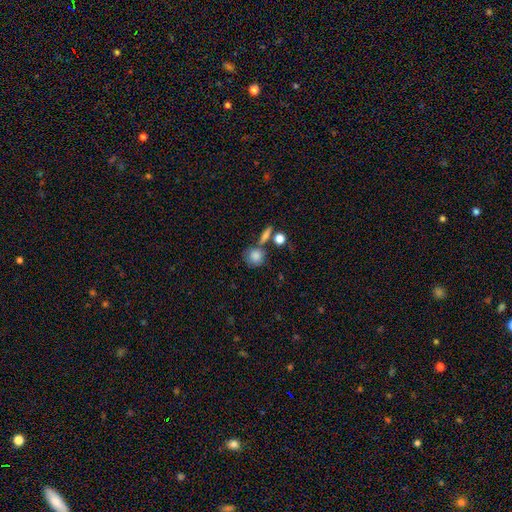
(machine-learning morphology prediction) Smooth or featured?
  - smooth: 82% *
  - star or artifact: 9%
  - featured or disk: 9%
How rounded?
  - round: 80% *
  - in between: 17%
  - cigar-shaped: 3%
Merging?
  - none: 57% *
  - merger: 23%
  - minor disturbance: 14%
  - major disturbance: 6%